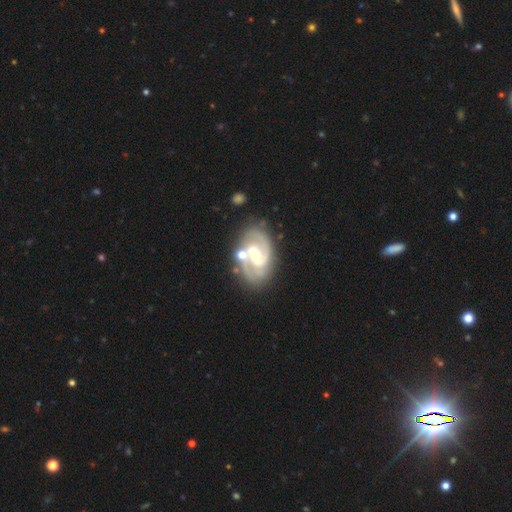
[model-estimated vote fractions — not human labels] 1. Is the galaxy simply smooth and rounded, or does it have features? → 88% featured or disk, 7% smooth, 5% star or artifact.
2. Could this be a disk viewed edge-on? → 97% no, 3% yes.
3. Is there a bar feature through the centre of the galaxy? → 48% weak, 31% strong, 21% no.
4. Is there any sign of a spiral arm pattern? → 97% yes, 3% no.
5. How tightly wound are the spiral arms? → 52% medium, 36% tight, 12% loose.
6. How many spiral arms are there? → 85% 2, 6% 3, 5% can't tell, 2% 1, 1% 4, 1% more than 4.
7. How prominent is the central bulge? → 62% small, 30% moderate, 5% none, 2% large, 1% dominant.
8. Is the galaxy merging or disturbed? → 71% none, 15% minor disturbance, 9% merger, 6% major disturbance.